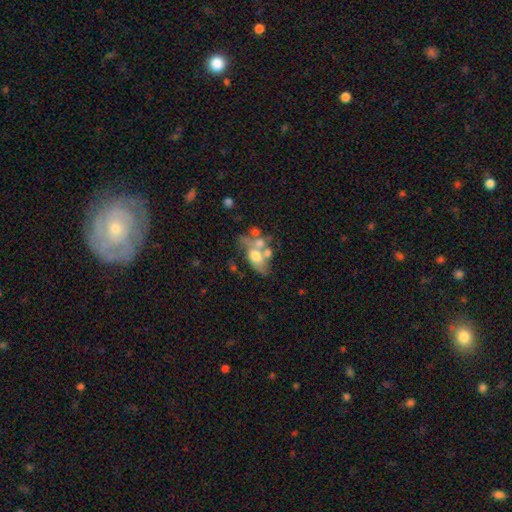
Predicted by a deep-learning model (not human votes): smooth_or_featured: featured or disk (p=0.47) [alt: smooth p=0.42]
merging: merger (p=0.46) [alt: none p=0.23]